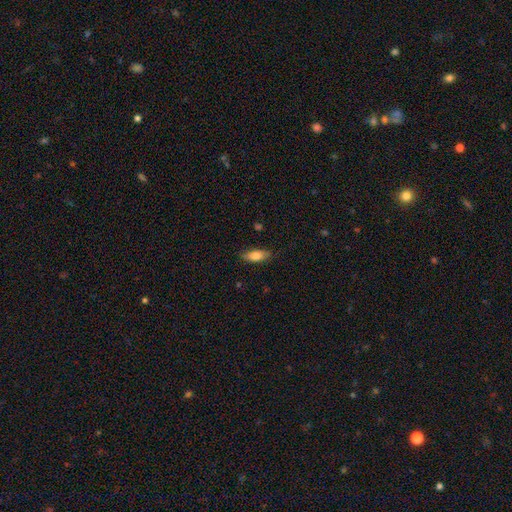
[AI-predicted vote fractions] Smooth or featured? smooth (81%)
How rounded? in between (77%)
Merging? none (80%)